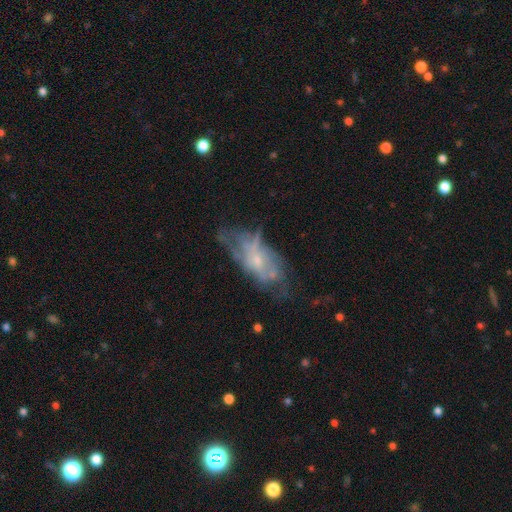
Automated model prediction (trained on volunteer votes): Smooth or featured: featured or disk — 59% (smooth — 29%)
Edge-on disk: no — 87% (yes — 13%)
Bar: no — 79% (weak — 18%)
Spiral arms: no — 53% (yes — 47%)
Bulge size: small — 64% (moderate — 22%)
Merging: none — 54% (minor disturbance — 26%)